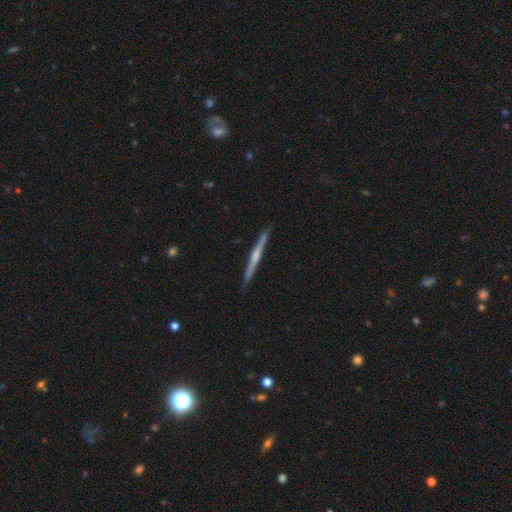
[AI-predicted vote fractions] smooth-or-featured: featured or disk: 72% | smooth: 23% | star or artifact: 5%
  disk-edge-on: yes: 98% | no: 2%
    edge-on-bulge: rounded: 68% | none: 25% | boxy: 7%
  merging: none: 91% | minor disturbance: 7% | major disturbance: 1% | merger: 1%